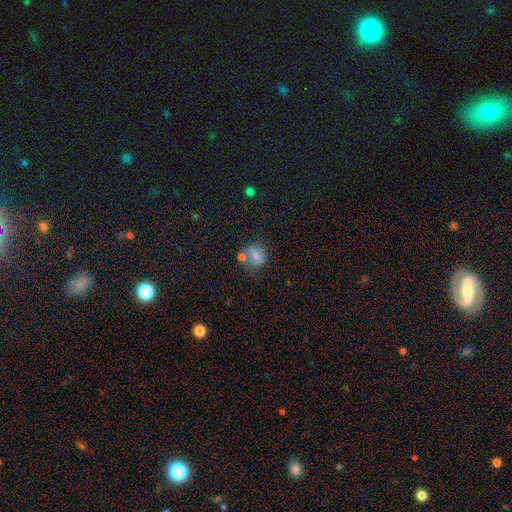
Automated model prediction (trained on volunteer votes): The model was most divided on "how rounded": round: 50%, in between: 48%, cigar-shaped: 2%. More confident: smooth or featured — smooth (74%); merging — none (51%).